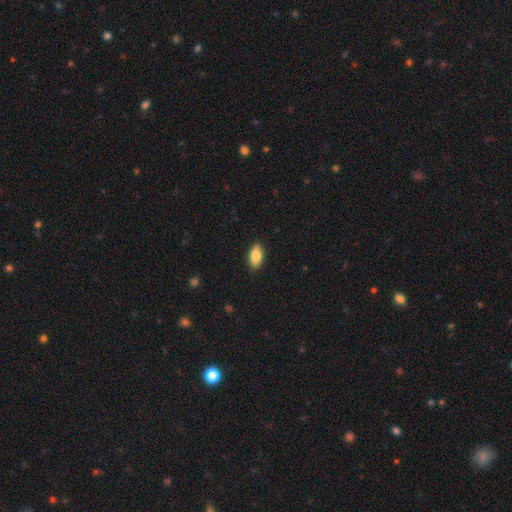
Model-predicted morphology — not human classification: smooth 85%, featured or disk 9%, star or artifact 7%. Down the decision tree: how rounded — in between (92%); merging — none (89%).